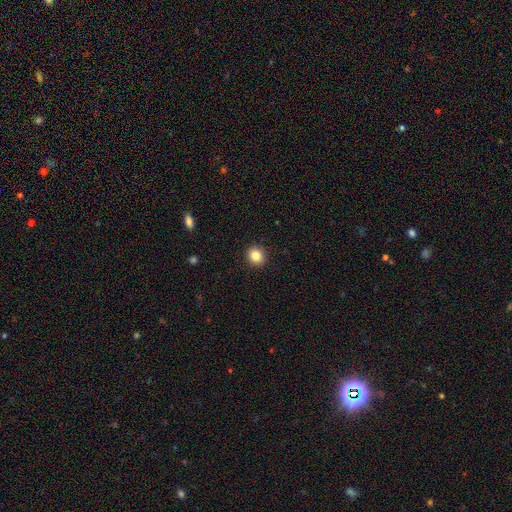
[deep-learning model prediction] smooth_or_featured: smooth (p=0.84) [alt: star or artifact p=0.10]
how_rounded: round (p=0.85) [alt: in between p=0.14]
merging: none (p=0.92) [alt: minor disturbance p=0.05]